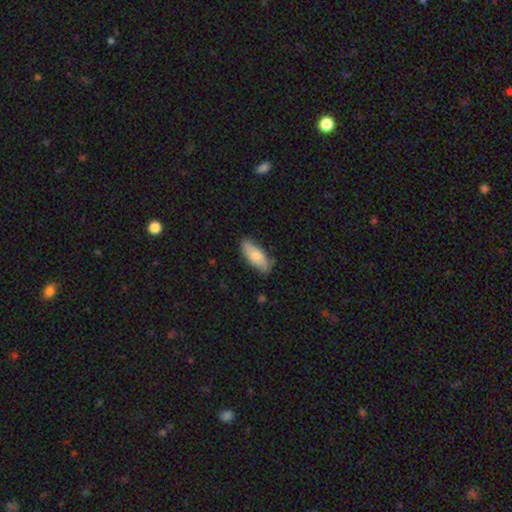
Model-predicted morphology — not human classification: smooth 74%, featured or disk 20%, star or artifact 6%. Down the decision tree: how rounded — in between (78%); merging — none (73%).